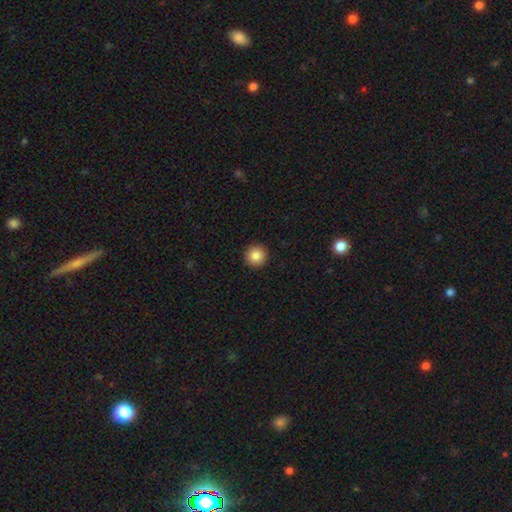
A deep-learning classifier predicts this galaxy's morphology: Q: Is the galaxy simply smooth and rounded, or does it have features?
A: smooth — 86%.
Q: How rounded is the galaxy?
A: round — 95%.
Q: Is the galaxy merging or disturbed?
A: none — 93%.